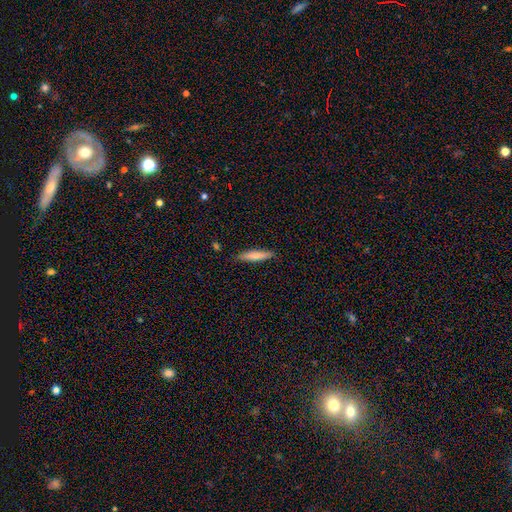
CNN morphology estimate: smooth_or_featured: smooth (p=0.74) [alt: featured or disk p=0.21]
how_rounded: cigar-shaped (p=0.84) [alt: in between p=0.15]
merging: none (p=0.87) [alt: minor disturbance p=0.10]